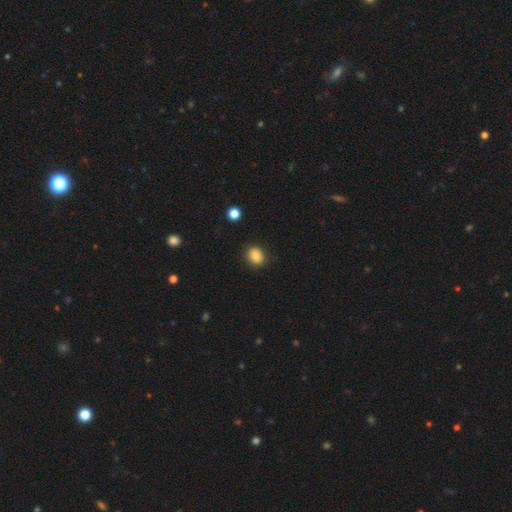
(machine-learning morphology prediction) smooth-or-featured: smooth: 85% | star or artifact: 10% | featured or disk: 5%
  how-rounded: round: 56% | in between: 43% | cigar-shaped: 1%
  merging: none: 85% | minor disturbance: 11% | major disturbance: 3% | merger: 1%